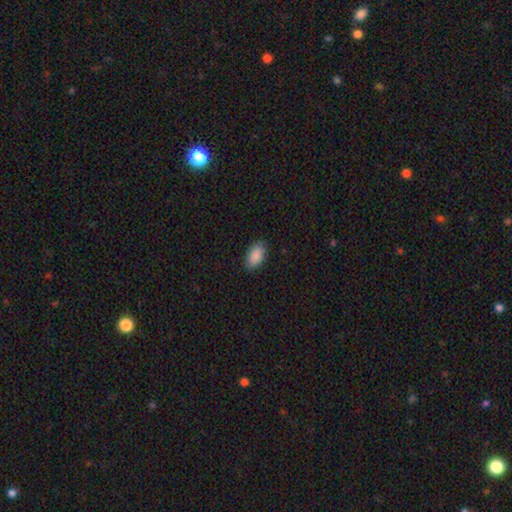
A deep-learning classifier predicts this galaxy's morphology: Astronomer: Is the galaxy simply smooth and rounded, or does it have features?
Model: smooth — 90%.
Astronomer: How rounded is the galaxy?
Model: in between — 94%.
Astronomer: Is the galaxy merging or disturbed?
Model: none — 86%.